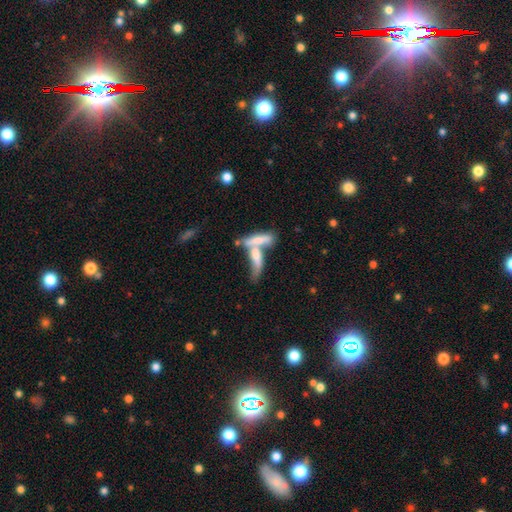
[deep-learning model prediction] Smooth or featured: smooth — 57% (featured or disk — 35%)
How rounded: cigar-shaped — 59% (in between — 37%)
Merging: merger — 67% (none — 18%)